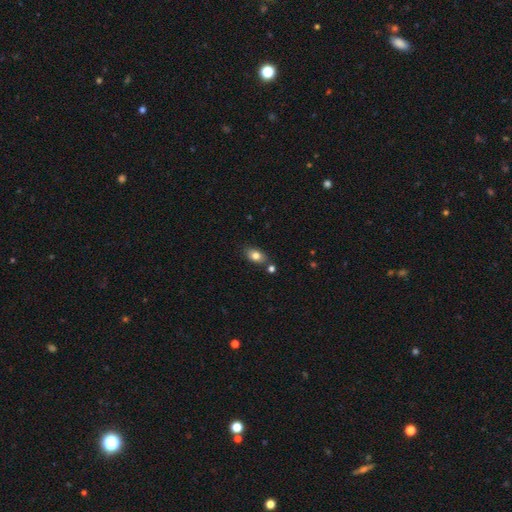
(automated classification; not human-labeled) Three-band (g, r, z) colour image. It shows a smooth galaxy with no disk features (79%) that is in between round and cigar-shaped (86%). Merging: none (74%).